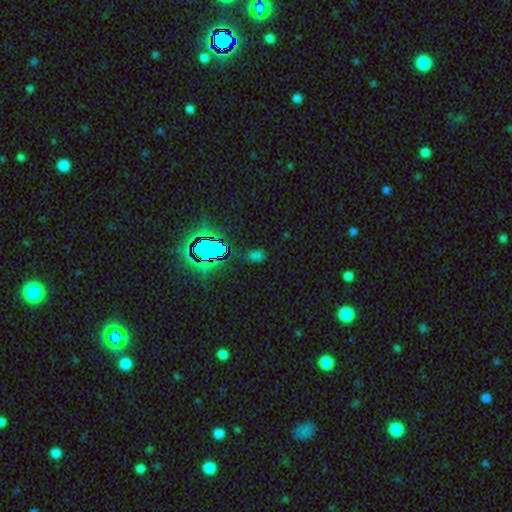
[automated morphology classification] Smooth or featured? Predicted: star or artifact (p=0.48).